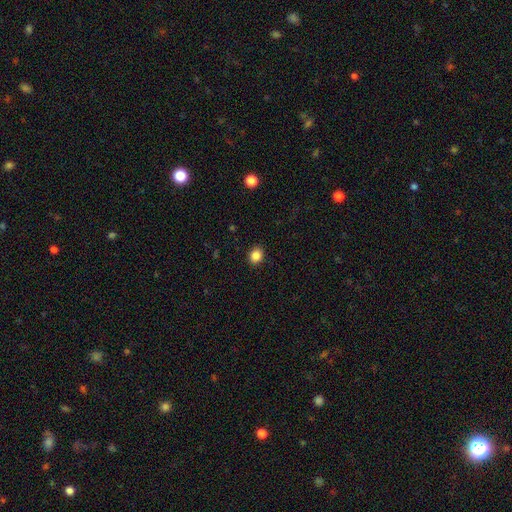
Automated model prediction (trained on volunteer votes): smooth 85%, star or artifact 10%, featured or disk 4%. Down the decision tree: how rounded — round (64%); merging — none (91%).